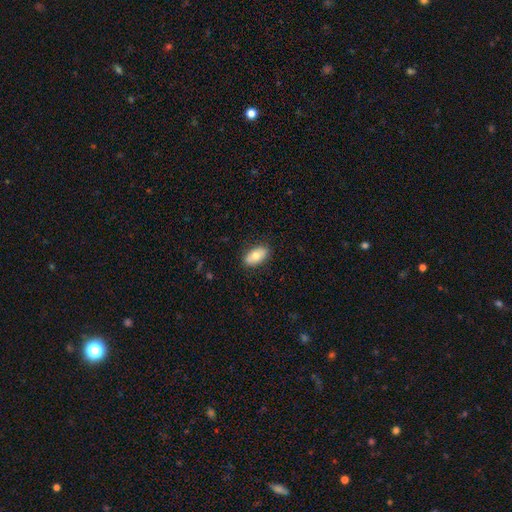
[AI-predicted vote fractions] Smooth or featured? Predicted: smooth (p=0.77). How rounded? Predicted: in between (p=0.92). Merging? Predicted: none (p=0.86).